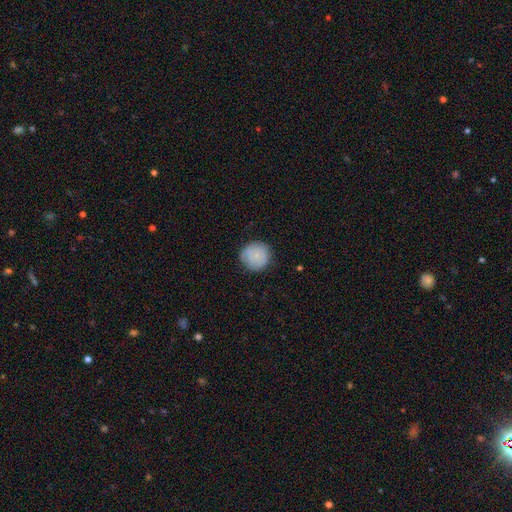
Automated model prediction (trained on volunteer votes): Morphology: type=smooth (78%); roundness=round (94%); merging=none (80%).